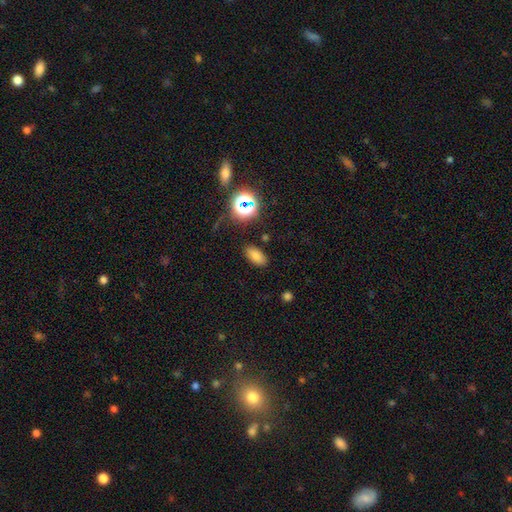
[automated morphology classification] smooth 76%, star or artifact 17%, featured or disk 8%. Down the decision tree: how rounded — in between (88%); merging — none (85%).